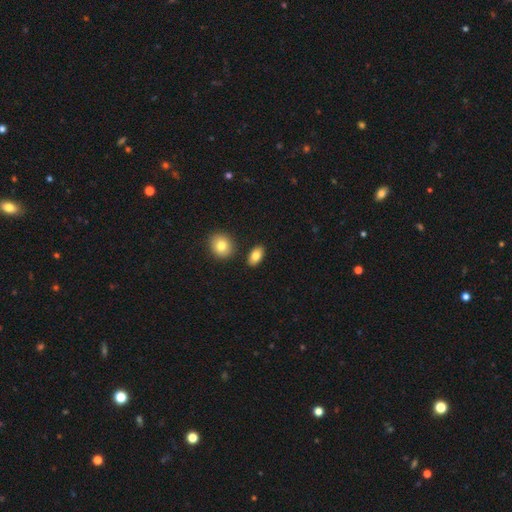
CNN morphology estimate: Smooth or featured? Predicted: smooth (p=0.83). How rounded? Predicted: in between (p=0.89). Merging? Predicted: none (p=0.85).